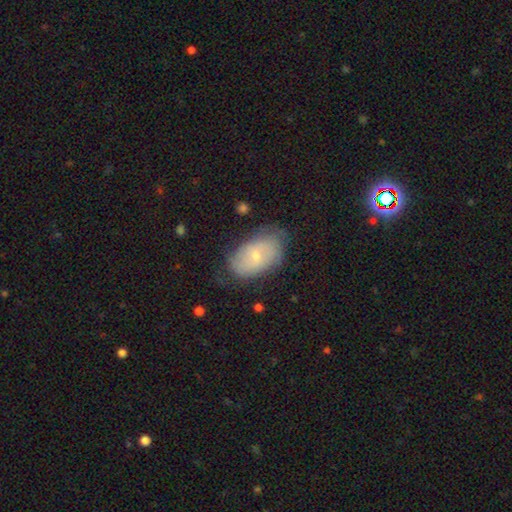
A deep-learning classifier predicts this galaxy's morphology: A smooth galaxy with no disk features (48%).

Vote fractions:
- Smooth or featured? smooth: 48% / featured or disk: 43% / star or artifact: 9%
- Merging? none: 66% / minor disturbance: 25% / major disturbance: 7% / merger: 1%